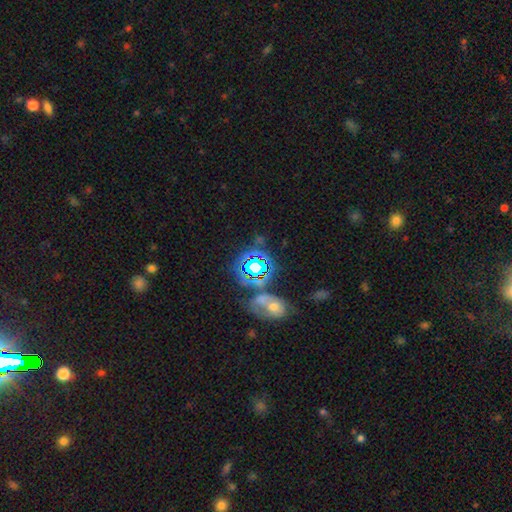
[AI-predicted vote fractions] Q: Smooth or featured?
A: star or artifact (70%); runner-up: smooth (17%)